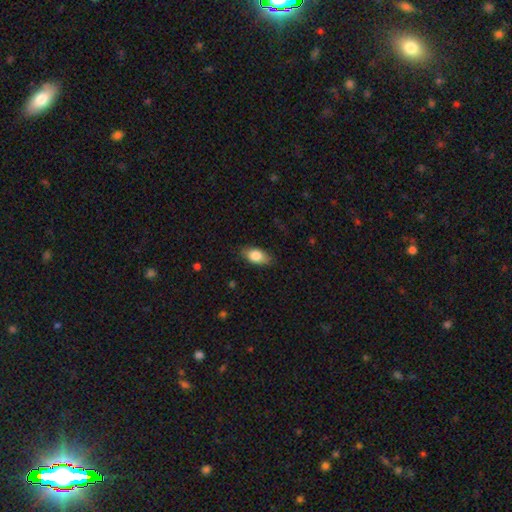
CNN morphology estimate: Smooth or featured? Predicted: smooth (p=0.82). How rounded? Predicted: in between (p=0.89). Merging? Predicted: none (p=0.83).